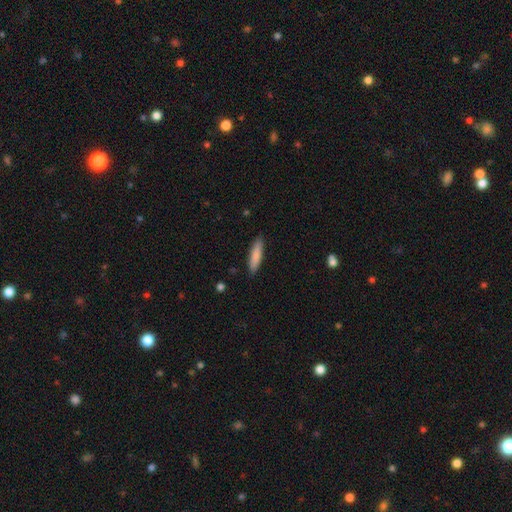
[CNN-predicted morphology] A smooth galaxy with no disk features (84%) that is cigar-shaped (75%). Merging: none (88%).